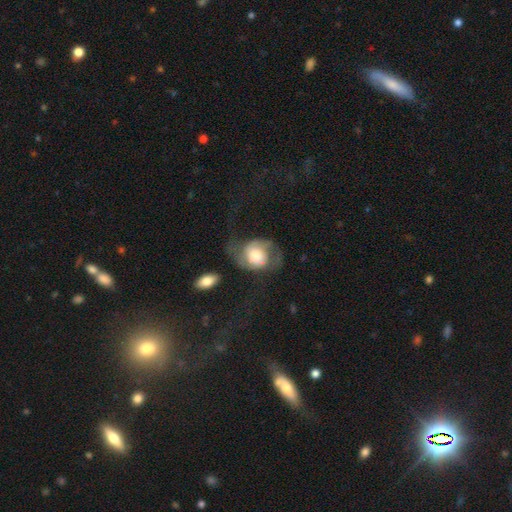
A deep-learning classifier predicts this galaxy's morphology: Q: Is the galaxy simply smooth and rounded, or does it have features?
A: featured or disk — 54%.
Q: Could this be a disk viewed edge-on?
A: no — 96%.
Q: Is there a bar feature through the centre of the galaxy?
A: no — 75%.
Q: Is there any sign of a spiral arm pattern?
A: yes — 78%.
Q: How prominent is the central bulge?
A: large — 45%.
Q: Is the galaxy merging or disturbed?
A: major disturbance — 41%.